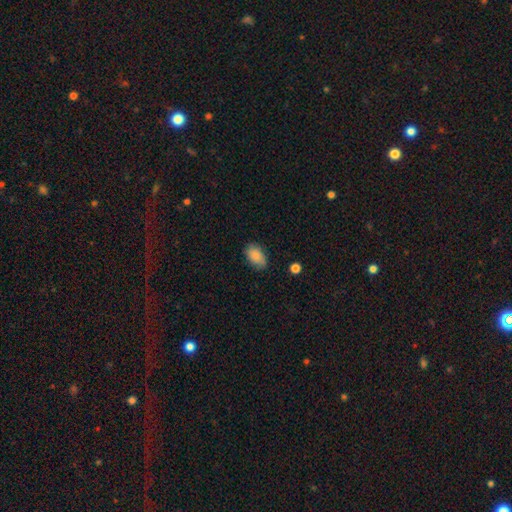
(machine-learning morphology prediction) This appears to be a smooth galaxy with no disk features (86%) that is in between round and cigar-shaped (90%). Merging: none (74%).